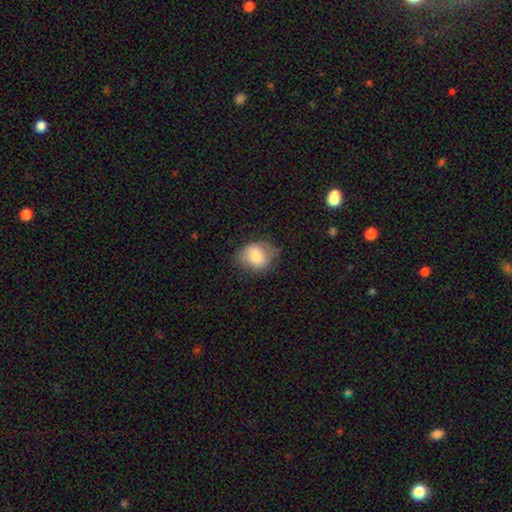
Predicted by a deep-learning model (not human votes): Morphology: type=smooth (75%); roundness=round (52%); merging=none (61%).